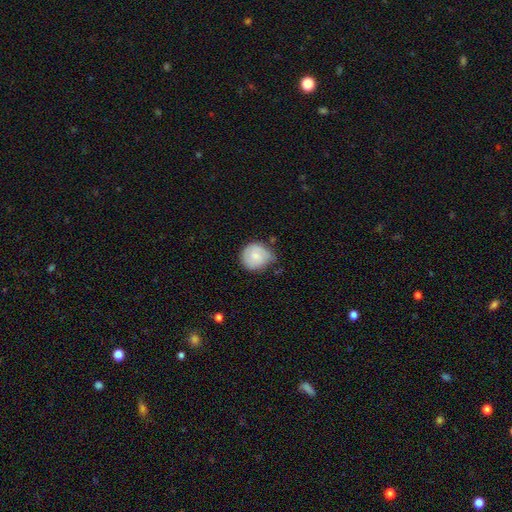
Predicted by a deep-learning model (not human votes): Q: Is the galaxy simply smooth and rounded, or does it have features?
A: smooth — 70%.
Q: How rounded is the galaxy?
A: round — 85%.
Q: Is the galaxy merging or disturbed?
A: none — 53%.